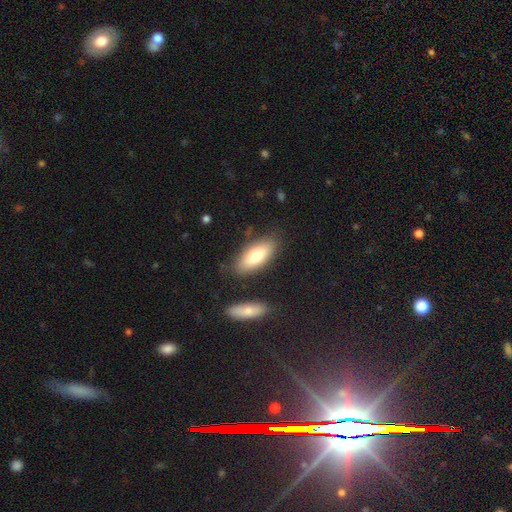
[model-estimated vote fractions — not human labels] Smooth or featured: smooth — 76% (featured or disk — 18%)
How rounded: in between — 80% (cigar-shaped — 18%)
Merging: none — 80% (minor disturbance — 12%)